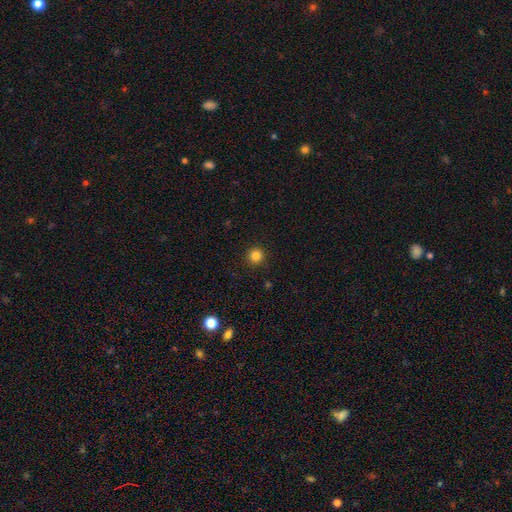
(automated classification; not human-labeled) Q: Smooth or featured?
A: smooth (83%); runner-up: star or artifact (13%)
Q: How rounded?
A: round (95%); runner-up: in between (4%)
Q: Merging?
A: none (92%); runner-up: minor disturbance (5%)